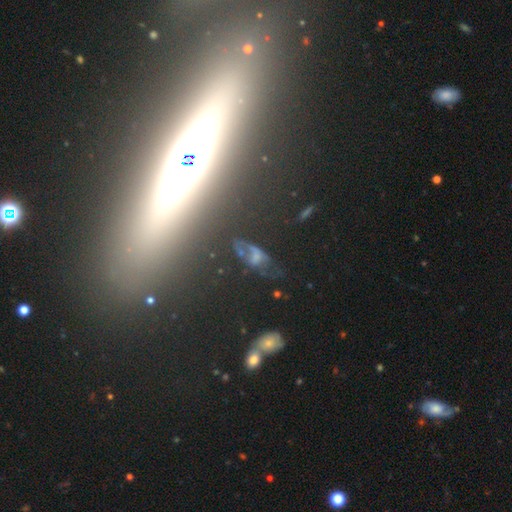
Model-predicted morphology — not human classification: smooth-or-featured: star or artifact: 37% | featured or disk: 34% | smooth: 30%